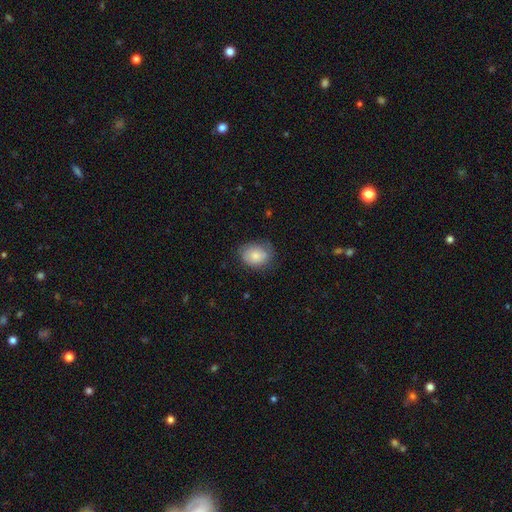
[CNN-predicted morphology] This is clearly a smooth galaxy (81%). How rounded: likely in between (62%). Merging: likely none (70%).